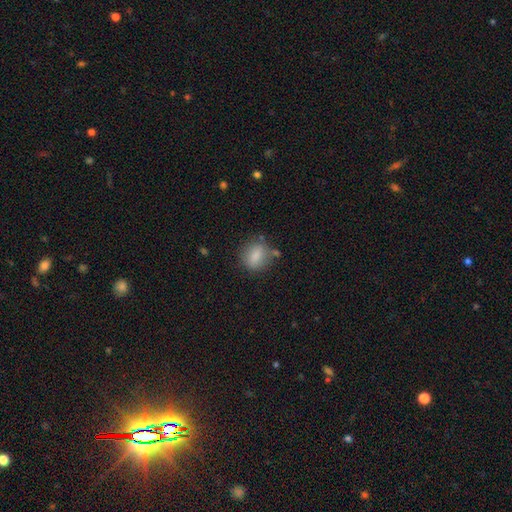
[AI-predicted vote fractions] Q: Smooth or featured?
A: smooth (82%); runner-up: featured or disk (9%)
Q: How rounded?
A: round (49%); runner-up: in between (48%)
Q: Merging?
A: none (71%); runner-up: minor disturbance (17%)